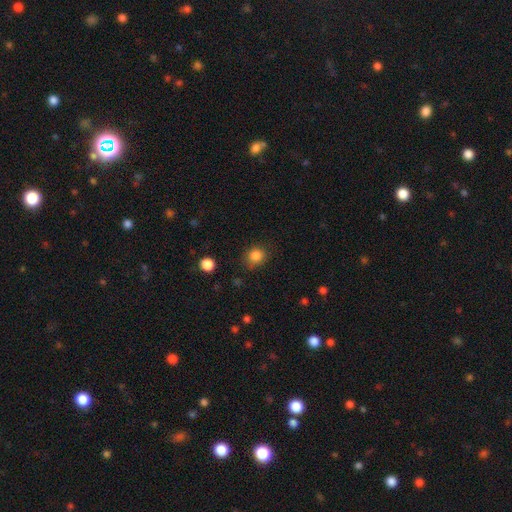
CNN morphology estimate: Smooth or featured? smooth (84%)
How rounded? round (79%)
Merging? none (81%)